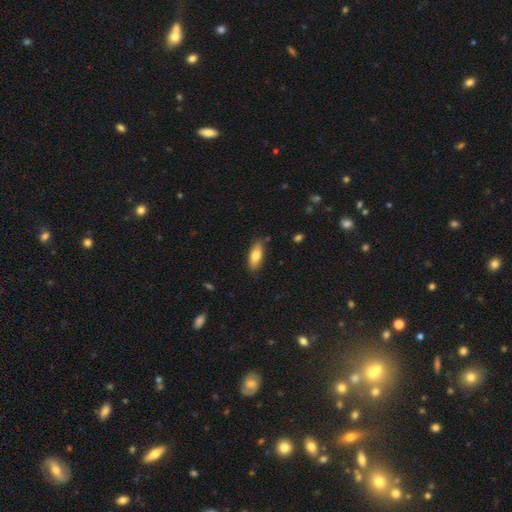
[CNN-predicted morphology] type=smooth (78%); roundness=in between (78%); merging=none (84%).